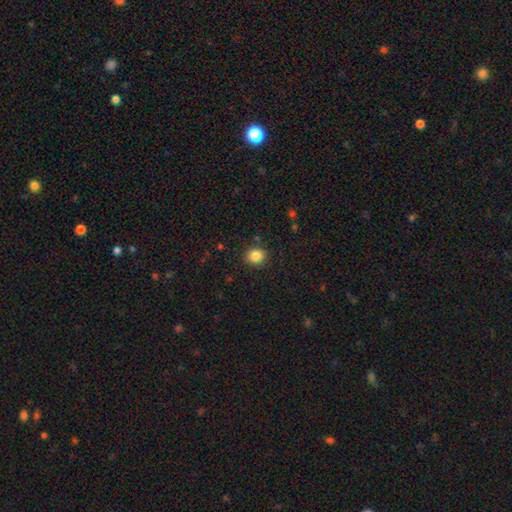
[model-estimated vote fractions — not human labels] smooth 85%, star or artifact 10%, featured or disk 5%. Down the decision tree: how rounded — round (77%); merging — none (89%).